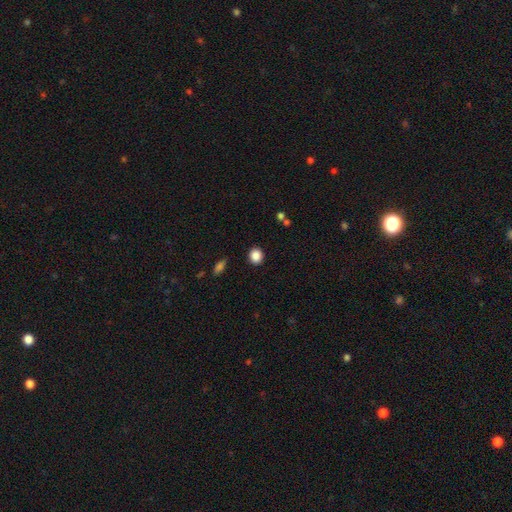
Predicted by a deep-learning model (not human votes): Smooth or featured? Predicted: smooth (p=0.87). How rounded? Predicted: round (p=0.78). Merging? Predicted: none (p=0.89).